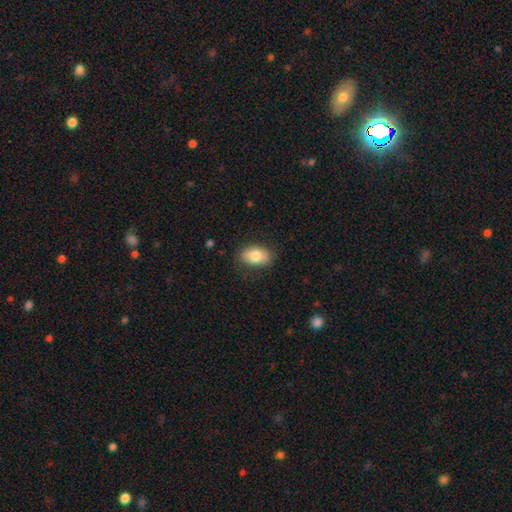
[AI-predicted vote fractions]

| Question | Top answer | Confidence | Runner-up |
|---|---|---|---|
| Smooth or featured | smooth | 79% | featured or disk (14%) |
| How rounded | in between | 87% | round (11%) |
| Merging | none | 82% | minor disturbance (14%) |